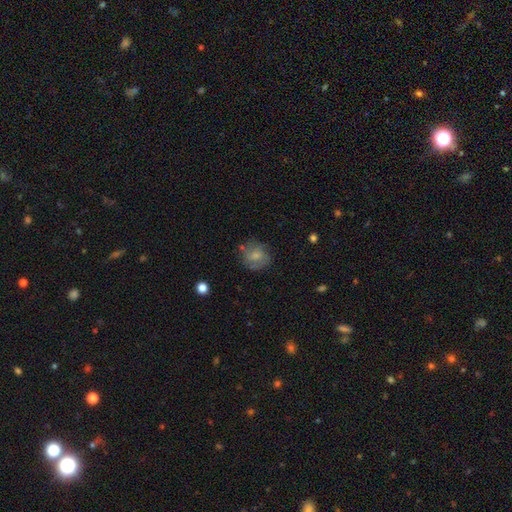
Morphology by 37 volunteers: A smooth galaxy with no disk features (54%) that is round (90%).

Vote fractions:
- Smooth or featured? smooth: 54% / featured or disk: 46% / star or artifact: 0%
- How rounded? round: 90% / in between: 10% / cigar-shaped: 0%
- Merging? none: 78% / major disturbance: 11% / minor disturbance: 8% / merger: 3%